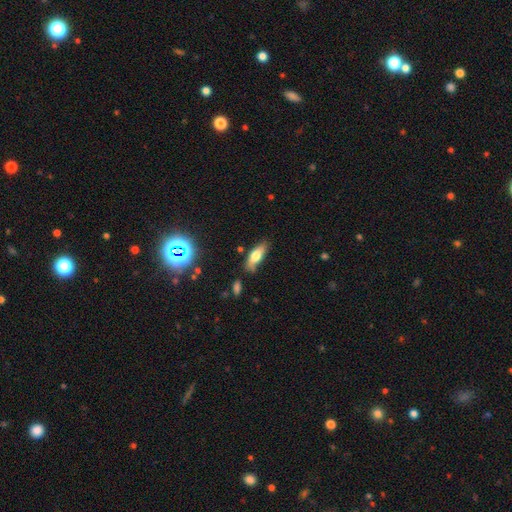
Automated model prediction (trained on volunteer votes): Smooth or featured? Predicted: smooth (p=0.67). How rounded? Predicted: in between (p=0.66). Merging? Predicted: none (p=0.71).